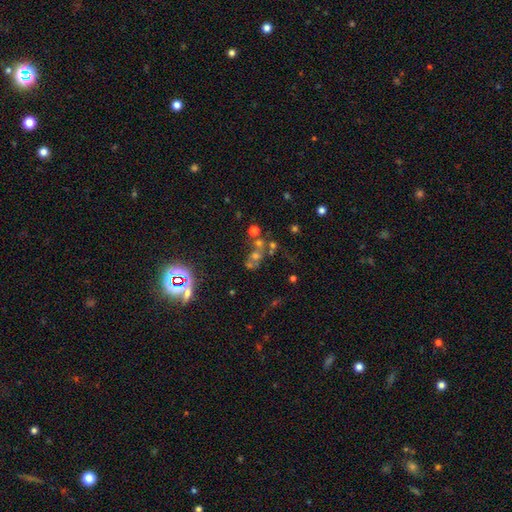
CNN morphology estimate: The model was most divided on "smooth or featured": star or artifact: 46%, smooth: 31%, featured or disk: 23%.